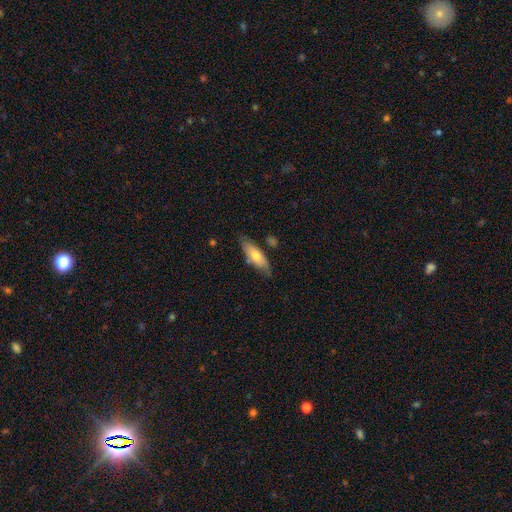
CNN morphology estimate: Smooth or featured? smooth (65%)
How rounded? in between (54%)
Merging? none (75%)